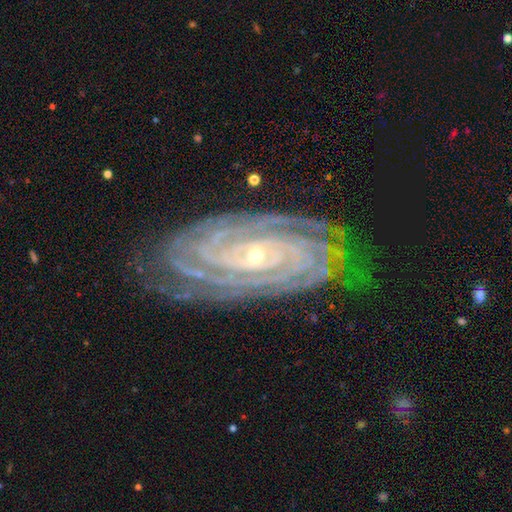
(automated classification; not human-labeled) smooth_or_featured: featured or disk (p=0.91) [alt: star or artifact p=0.05]
disk_edge_on: no (p=0.95) [alt: yes p=0.05]
bar: no (p=0.56) [alt: weak p=0.26]
has_spiral_arms: yes (p=0.99) [alt: no p=0.01]
spiral_winding: tight (p=0.87) [alt: medium p=0.11]
spiral_arm_count: more than 4 (p=0.24) [tied with: 4 p=0.24]
bulge_size: small (p=0.72) [alt: moderate p=0.25]
merging: none (p=0.82) [alt: minor disturbance p=0.13]